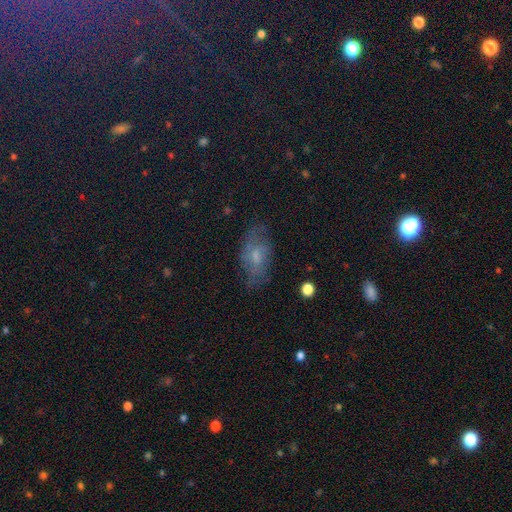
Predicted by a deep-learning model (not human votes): Smooth or featured?
  - featured or disk: 45% *
  - smooth: 44%
  - star or artifact: 11%
Merging?
  - none: 66% *
  - minor disturbance: 22%
  - major disturbance: 10%
  - merger: 2%